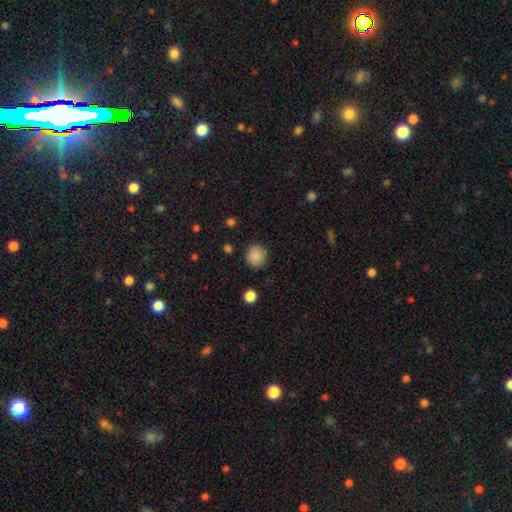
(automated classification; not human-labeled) Smooth or featured? smooth (87%)
How rounded? round (89%)
Merging? none (89%)